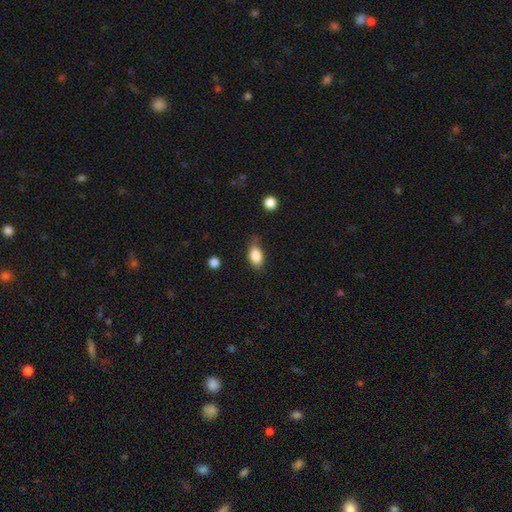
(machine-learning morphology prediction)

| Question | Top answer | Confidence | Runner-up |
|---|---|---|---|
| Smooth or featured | smooth | 85% | star or artifact (8%) |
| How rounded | in between | 87% | round (9%) |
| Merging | none | 64% | minor disturbance (27%) |